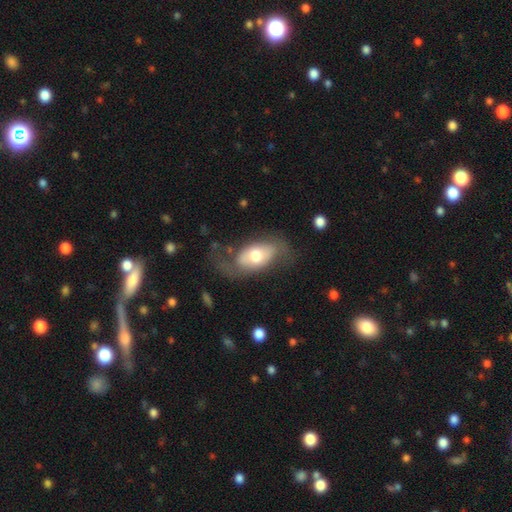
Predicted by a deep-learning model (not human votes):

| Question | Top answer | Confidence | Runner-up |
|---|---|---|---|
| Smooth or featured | featured or disk | 48% | smooth (46%) |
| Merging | none | 50% | major disturbance (24%) |